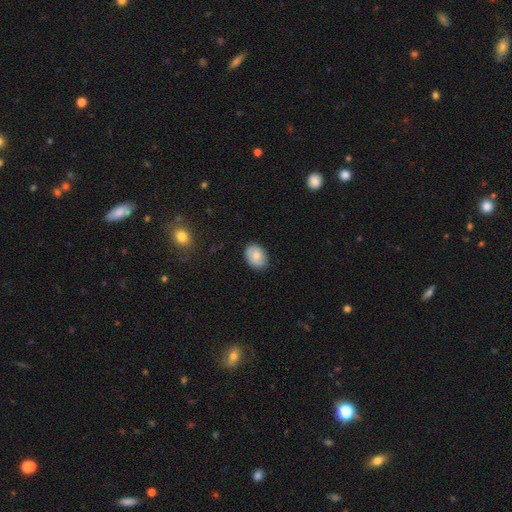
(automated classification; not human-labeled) Q: Smooth or featured?
A: smooth (73%); runner-up: featured or disk (19%)
Q: How rounded?
A: in between (61%); runner-up: round (38%)
Q: Merging?
A: none (80%); runner-up: minor disturbance (16%)